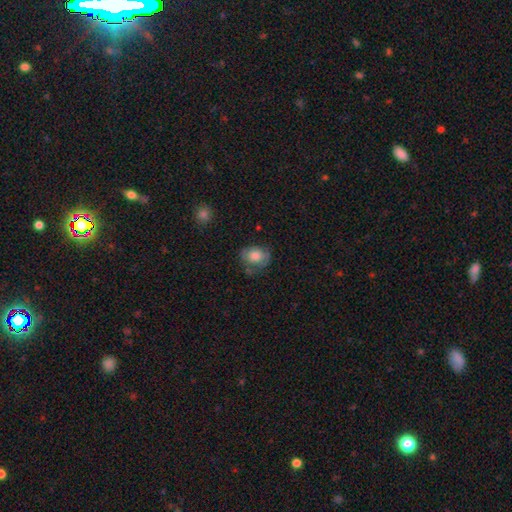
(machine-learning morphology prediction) Overall: smooth (69%). How rounded: round (55%; in between 44%). Merging: none (58%; minor disturbance 27%).